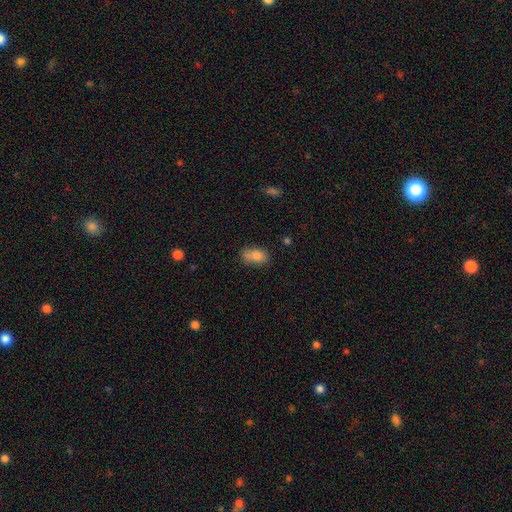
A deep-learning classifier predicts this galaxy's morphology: smooth 82%, star or artifact 9%, featured or disk 9%. Down the decision tree: how rounded — in between (87%); merging — none (58%).